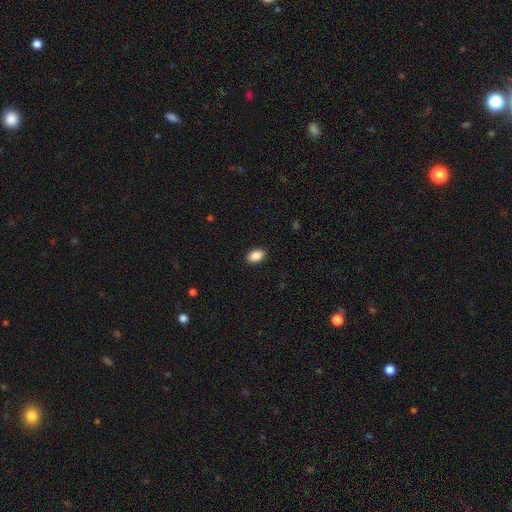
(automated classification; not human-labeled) Overall: smooth (89%). How rounded: in between (89%). Merging: none (90%).